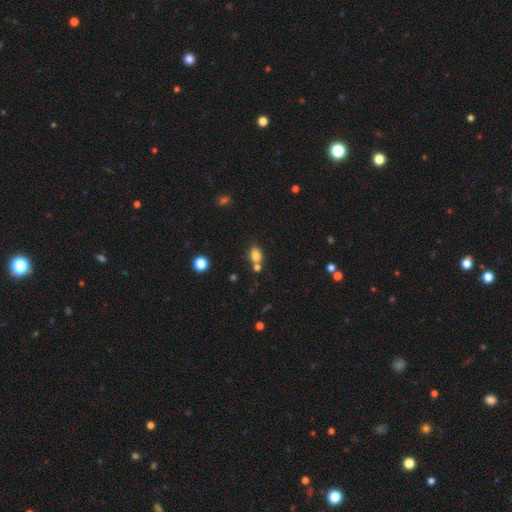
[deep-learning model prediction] This appears to be a smooth galaxy with no disk features (81%) that is in between round and cigar-shaped (74%). Merging: none (57%).